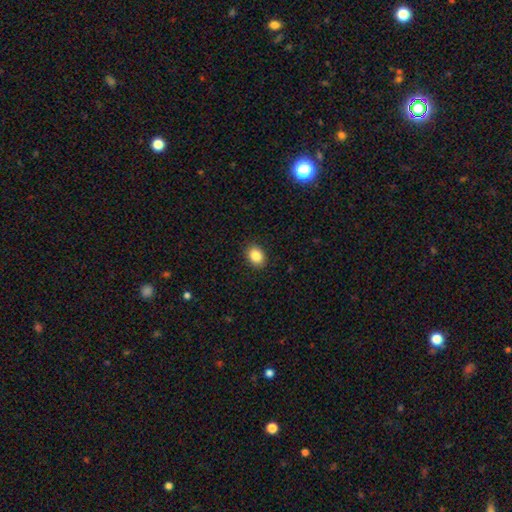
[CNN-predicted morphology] This is clearly a smooth galaxy (86%). How rounded: likely in between (63%). Merging: clearly none (89%).